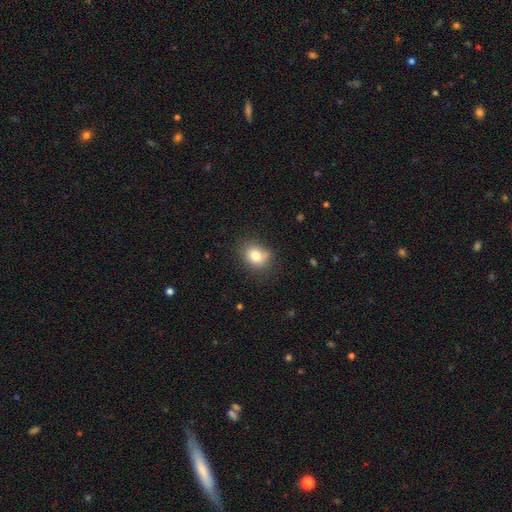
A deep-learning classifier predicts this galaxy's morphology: Q: Smooth or featured?
A: smooth (80%); runner-up: star or artifact (11%)
Q: How rounded?
A: round (52%); runner-up: in between (47%)
Q: Merging?
A: none (65%); runner-up: minor disturbance (24%)